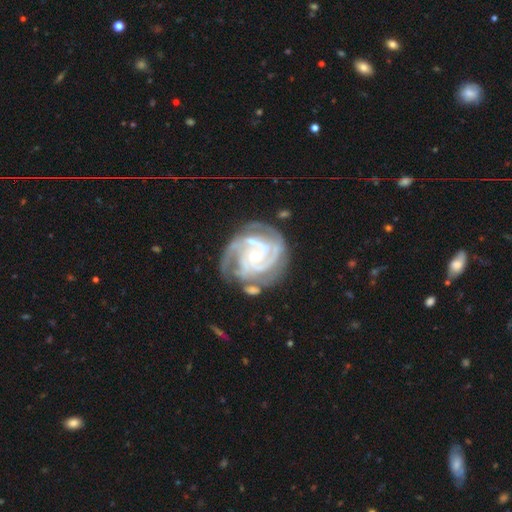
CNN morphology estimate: A featured or disk galaxy (92%) with no bar (65%), 3 (43%) tight (68%) spiral arms (98%) and a small central bulge (52%). Merging: none (66%).